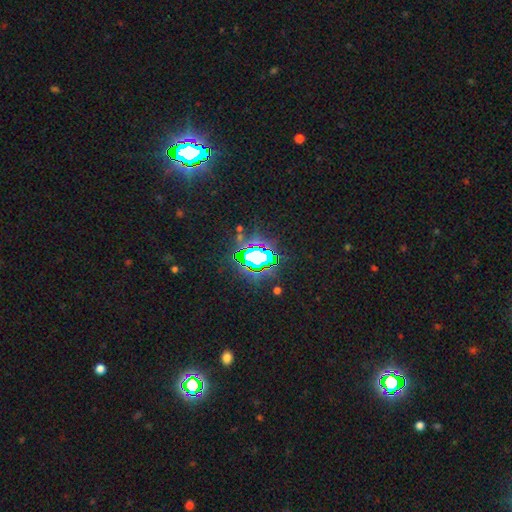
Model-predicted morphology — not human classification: Smooth or featured: star or artifact — 73% (smooth — 15%)